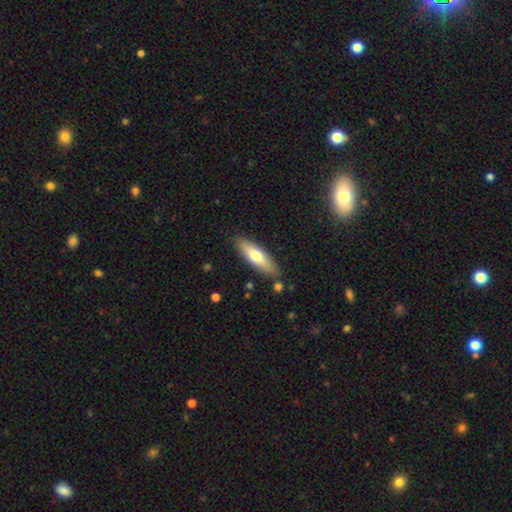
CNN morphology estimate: This appears to be a smooth galaxy with no disk features (65%) that is cigar-shaped (56%). Merging: none (85%).